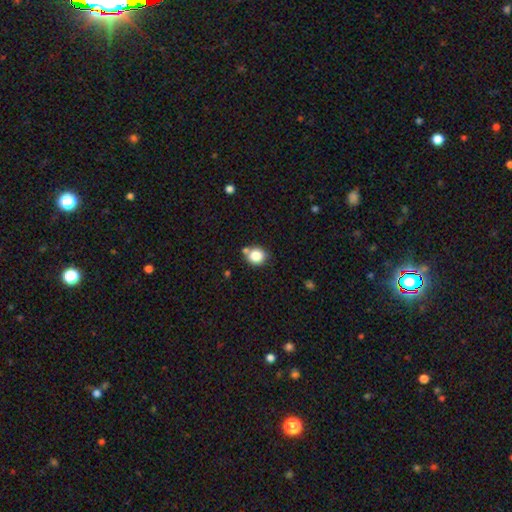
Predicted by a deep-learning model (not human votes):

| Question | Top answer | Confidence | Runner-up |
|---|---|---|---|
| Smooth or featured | smooth | 82% | star or artifact (10%) |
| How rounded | round | 80% | in between (19%) |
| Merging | none | 67% | merger (17%) |